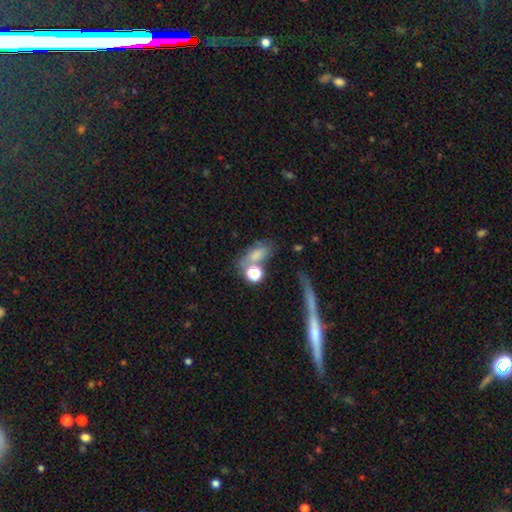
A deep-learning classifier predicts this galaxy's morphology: A smooth galaxy with no disk features (67%) that is in between round and cigar-shaped (63%). Merging: none (47%).